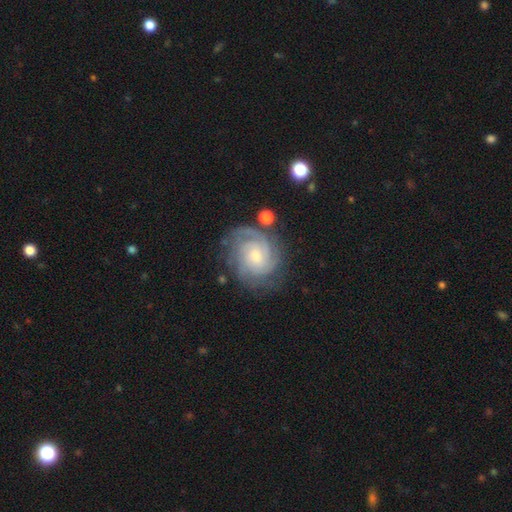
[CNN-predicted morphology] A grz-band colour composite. It shows a featured or disk galaxy (86%) with no bar (67%), 3 (31%) tight (72%) spiral arms (97%) and a small central bulge (52%). Merging: none (76%).